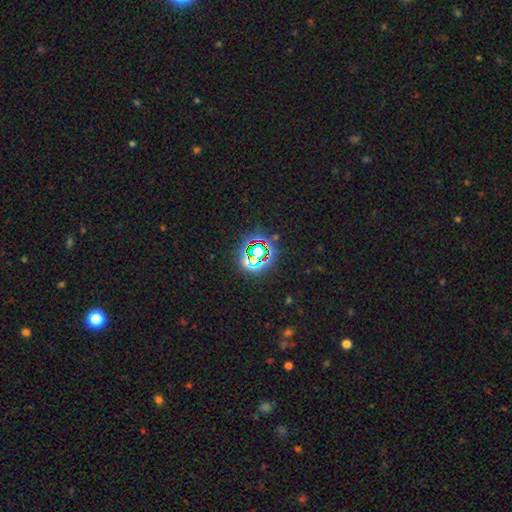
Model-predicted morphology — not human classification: A star or artifact, not a galaxy (71%).

Vote fractions:
- Smooth or featured? star or artifact: 71% / smooth: 18% / featured or disk: 11%